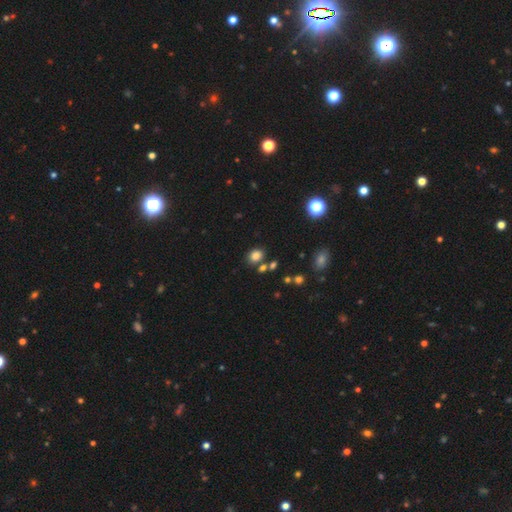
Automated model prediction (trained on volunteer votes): smooth 81%, star or artifact 14%, featured or disk 6%. Down the decision tree: how rounded — in between (54%); merging — none (73%).